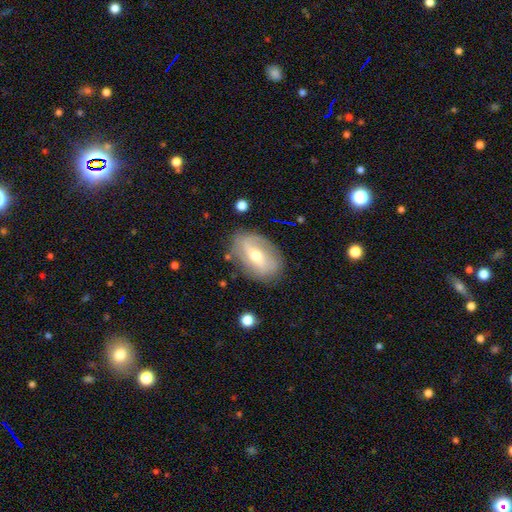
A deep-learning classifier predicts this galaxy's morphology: Q: Smooth or featured?
A: featured or disk (63%); runner-up: smooth (29%)
Q: Edge-on disk?
A: no (89%); runner-up: yes (11%)
Q: Bar?
A: strong (38%); tied with: weak (38%)
Q: Spiral arms?
A: yes (62%); runner-up: no (38%)
Q: Bulge size?
A: moderate (62%); runner-up: small (33%)
Q: Merging?
A: none (77%); runner-up: minor disturbance (16%)